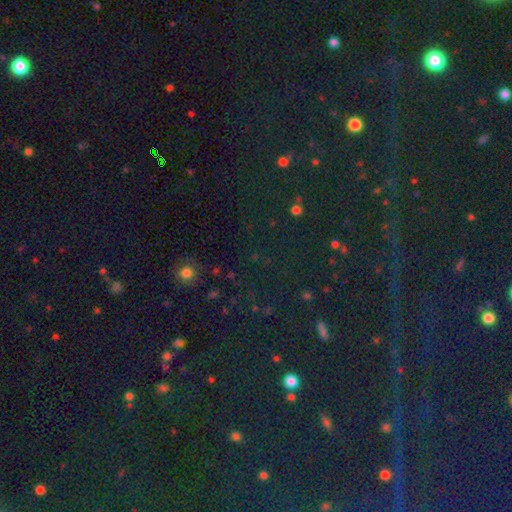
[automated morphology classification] Smooth or featured? Predicted: star or artifact (p=0.81).